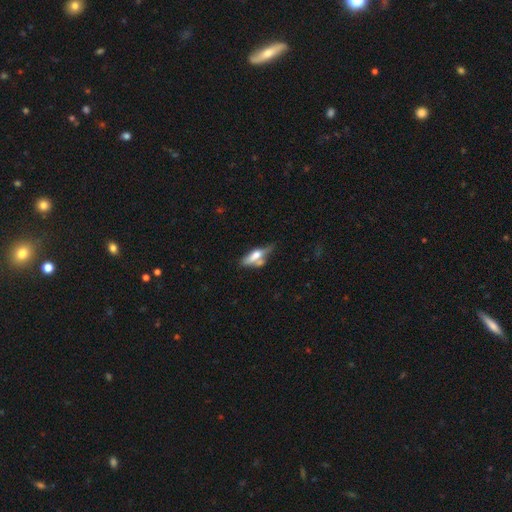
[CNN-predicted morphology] The model was most divided on "how rounded": cigar-shaped: 49%, in between: 47%, round: 4%. Remaining: smooth or featured — smooth (51%); merging — none (36%).